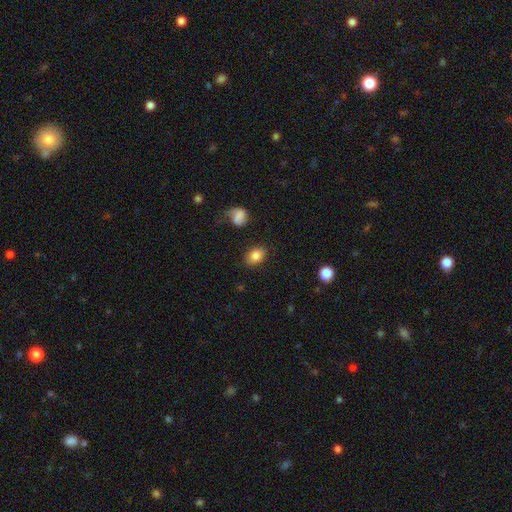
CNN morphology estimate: smooth-or-featured: smooth: 83% | star or artifact: 9% | featured or disk: 8%
  how-rounded: in between: 71% | round: 28% | cigar-shaped: 1%
  merging: none: 84% | minor disturbance: 11% | major disturbance: 3% | merger: 2%